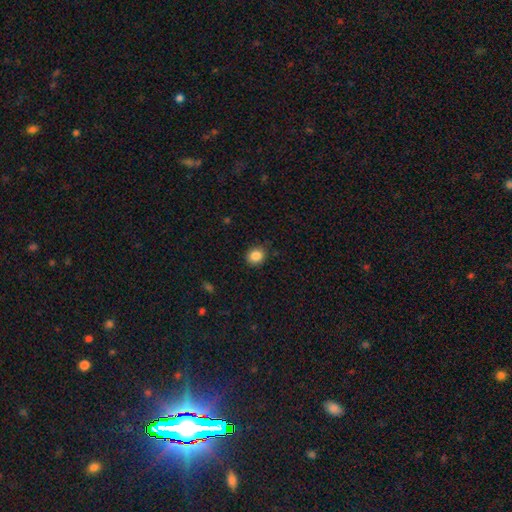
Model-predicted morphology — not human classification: type=smooth (86%); roundness=round (69%); merging=none (85%).